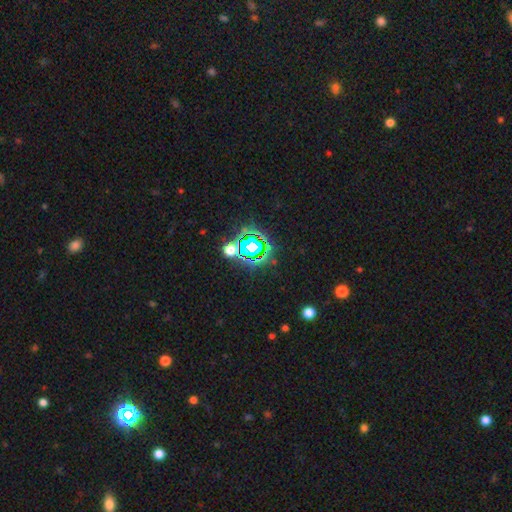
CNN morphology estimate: Q: Smooth or featured?
A: star or artifact (74%); runner-up: smooth (16%)